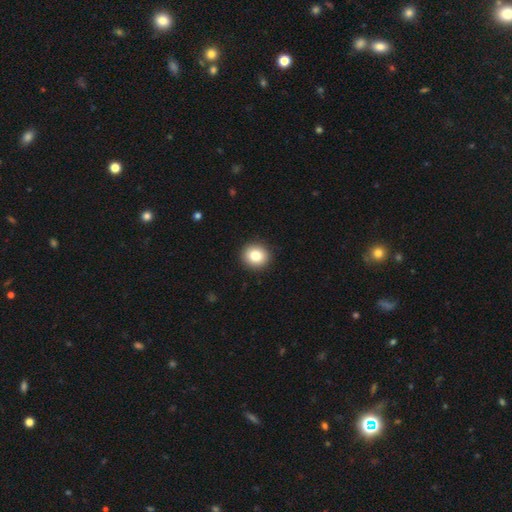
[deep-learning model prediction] Overall: smooth (82%). How rounded: round (87%). Merging: none (92%).